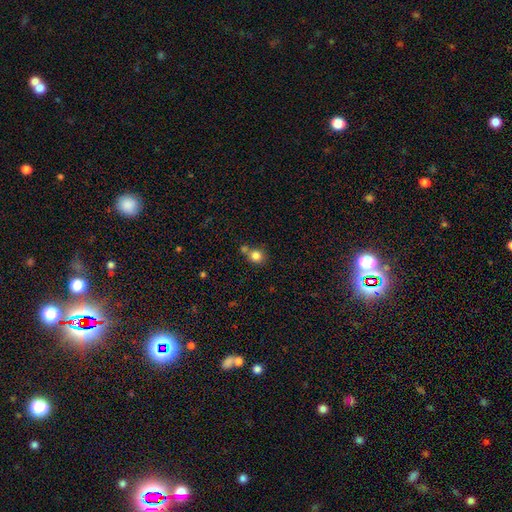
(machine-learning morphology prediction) smooth-or-featured: smooth: 83% | star or artifact: 11% | featured or disk: 6%
  how-rounded: round: 85% | in between: 14% | cigar-shaped: 1%
  merging: none: 61% | merger: 26% | minor disturbance: 10% | major disturbance: 3%